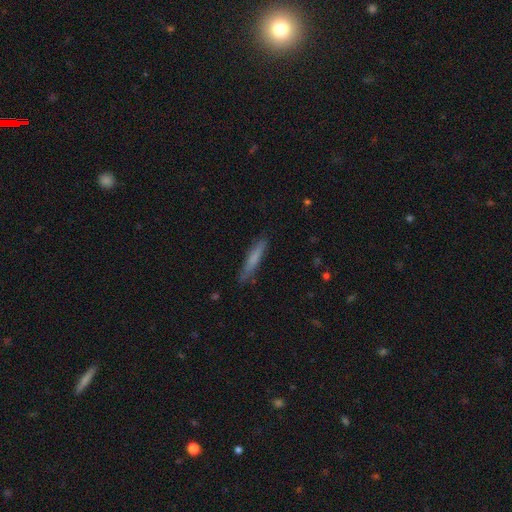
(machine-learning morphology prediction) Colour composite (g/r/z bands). It shows a smooth galaxy with no disk features (64%) that is cigar-shaped (93%). Merging: none (85%).